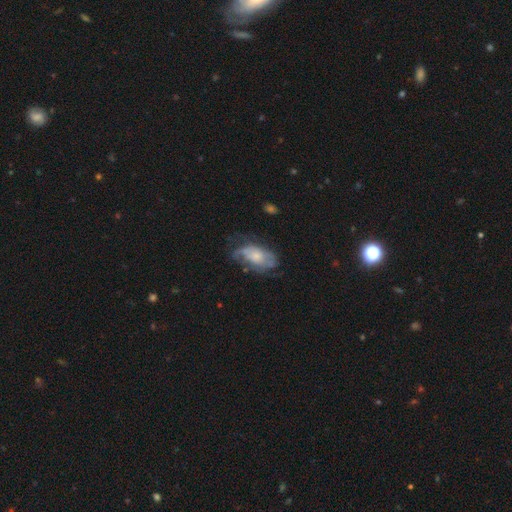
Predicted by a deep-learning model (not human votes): Smooth or featured?
  - featured or disk: 61% *
  - smooth: 32%
  - star or artifact: 7%
Edge-on disk?
  - no: 94% *
  - yes: 6%
Bar?
  - no: 78% *
  - weak: 19%
  - strong: 3%
Spiral arms?
  - yes: 73% *
  - no: 27%
Bulge size?
  - moderate: 41% *
  - small: 38%
  - large: 12%
  - none: 8%
  - dominant: 2%
Merging?
  - none: 46% *
  - minor disturbance: 28%
  - major disturbance: 24%
  - merger: 2%